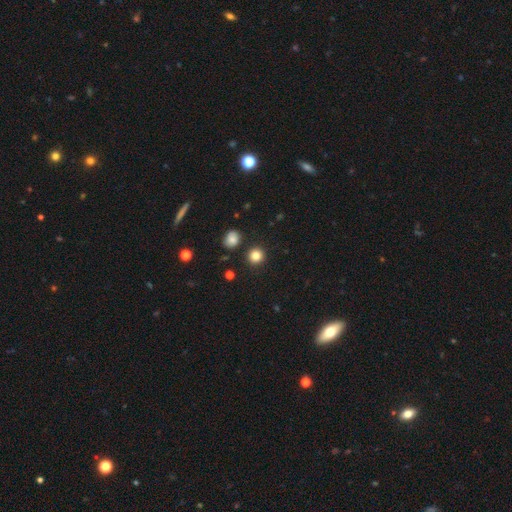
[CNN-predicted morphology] Smooth or featured? Predicted: smooth (p=0.83). How rounded? Predicted: round (p=0.91). Merging? Predicted: none (p=0.90).